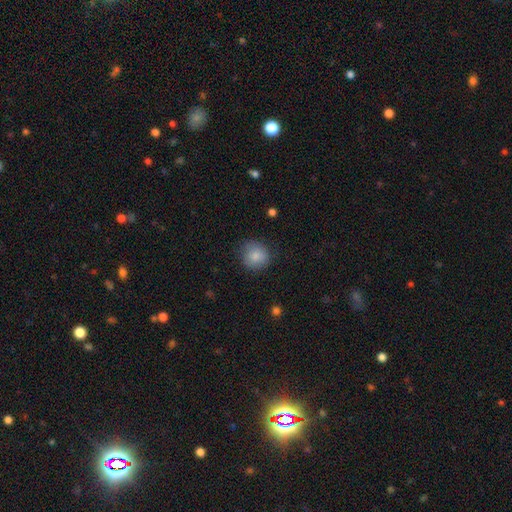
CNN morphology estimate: Overall: smooth (85%). How rounded: round (85%). Merging: none (78%).